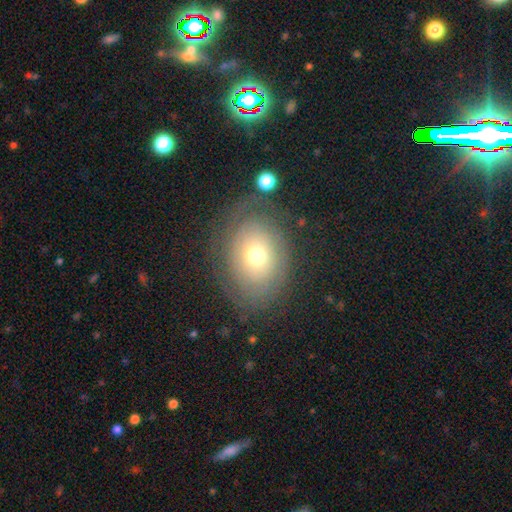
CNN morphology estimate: smooth_or_featured: smooth (p=0.47) [alt: featured or disk p=0.42]
merging: none (p=0.72) [alt: minor disturbance p=0.16]